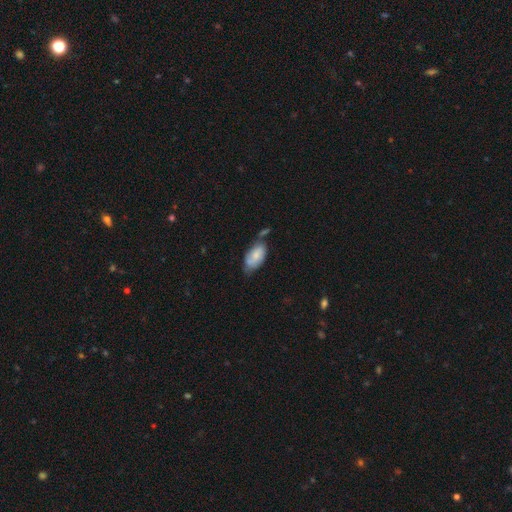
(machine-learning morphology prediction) This appears to be a smooth galaxy with no disk features (67%) that is in between round and cigar-shaped (93%). Merging: none (42%).